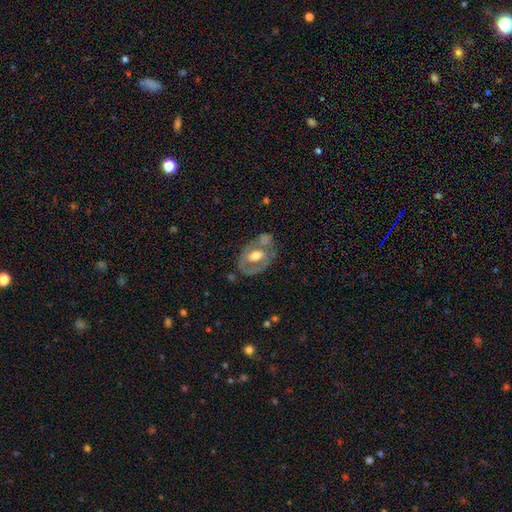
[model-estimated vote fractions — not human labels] smooth-or-featured: featured or disk: 60% | smooth: 34% | star or artifact: 6%
  disk-edge-on: no: 94% | yes: 6%
    bar: no: 59% | weak: 29% | strong: 12%
    has-spiral-arms: no: 66% | yes: 34%
    bulge-size: moderate: 67% | large: 21% | small: 9% | none: 1% | dominant: 1%
  merging: none: 48% | minor disturbance: 24% | merger: 15% | major disturbance: 13%